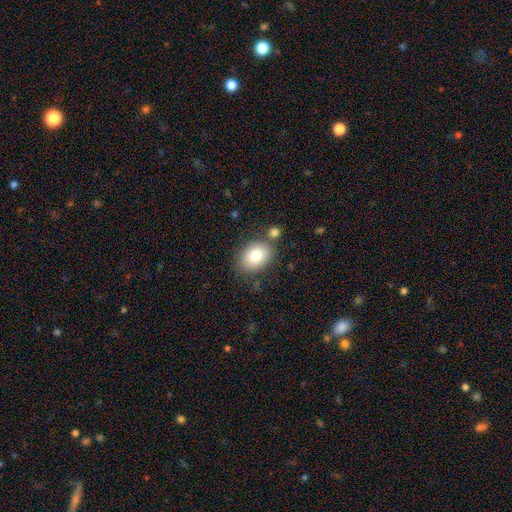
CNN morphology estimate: A smooth galaxy with no disk features (79%) that is in between round and cigar-shaped (70%). Merging: none (71%).